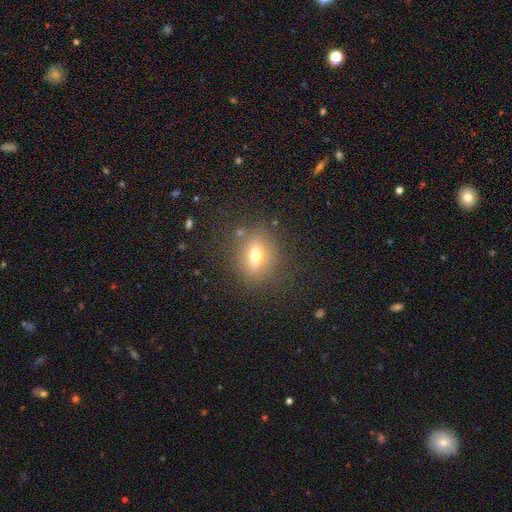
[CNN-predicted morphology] Q: Smooth or featured?
A: smooth (53%); runner-up: featured or disk (32%)
Q: How rounded?
A: round (49%); runner-up: in between (44%)
Q: Merging?
A: none (82%); runner-up: minor disturbance (11%)